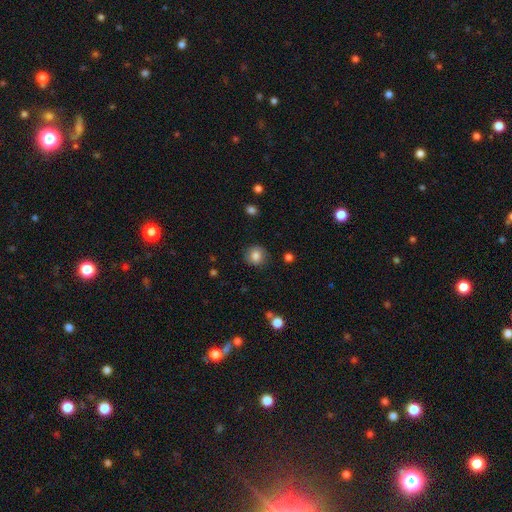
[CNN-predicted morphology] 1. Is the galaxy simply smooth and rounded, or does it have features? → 83% smooth, 9% star or artifact, 8% featured or disk.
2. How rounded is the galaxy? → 86% round, 13% in between, 1% cigar-shaped.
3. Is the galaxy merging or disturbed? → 86% none, 10% minor disturbance, 3% major disturbance, 1% merger.